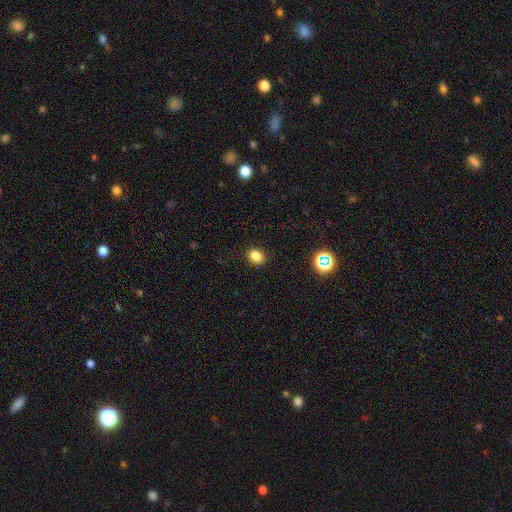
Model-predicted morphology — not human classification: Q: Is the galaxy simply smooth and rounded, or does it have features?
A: smooth — 83%.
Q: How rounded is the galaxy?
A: in between — 50%.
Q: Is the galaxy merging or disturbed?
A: none — 89%.